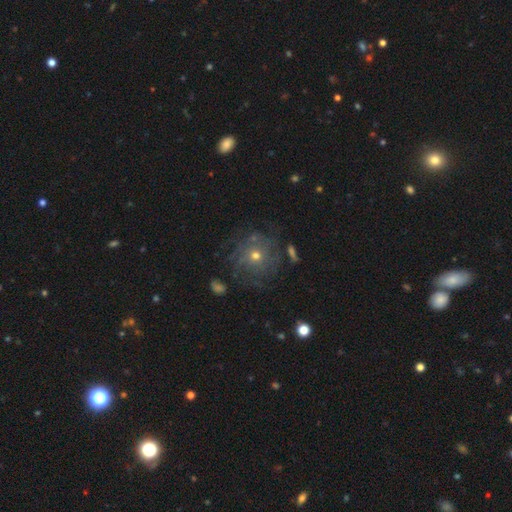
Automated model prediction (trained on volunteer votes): Morphology: type=featured or disk (45%); merging=none (69%).